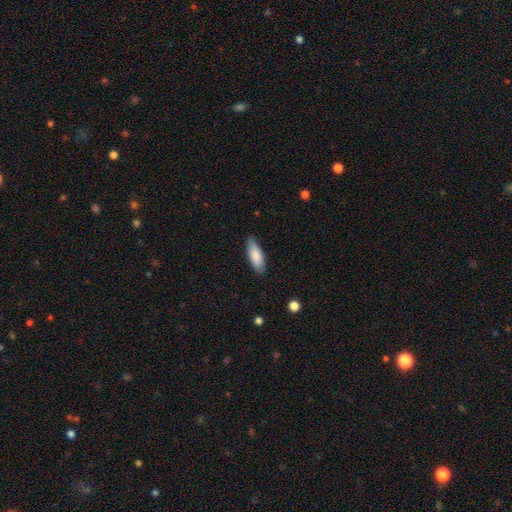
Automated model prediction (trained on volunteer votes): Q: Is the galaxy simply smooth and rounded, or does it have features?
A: smooth — 86%.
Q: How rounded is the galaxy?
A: in between — 65%.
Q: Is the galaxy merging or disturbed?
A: none — 86%.